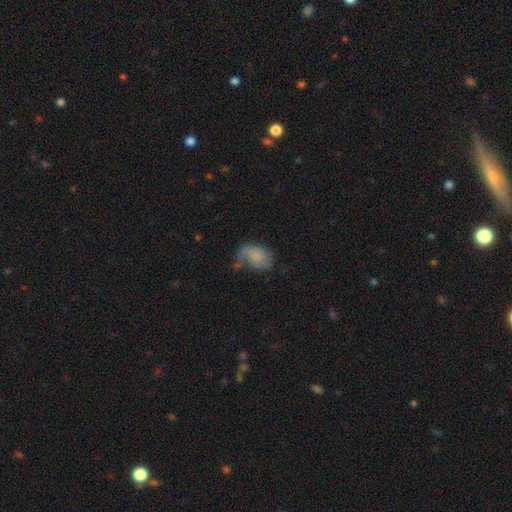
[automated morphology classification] Smooth or featured? Predicted: smooth (p=0.55). How rounded? Predicted: in between (p=0.81). Merging? Predicted: none (p=0.34).